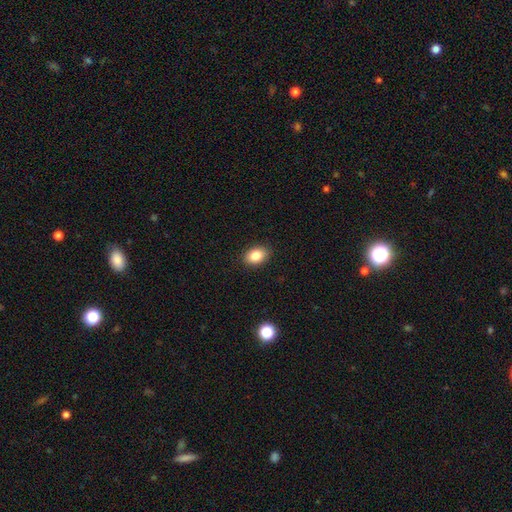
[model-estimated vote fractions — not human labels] This is clearly a smooth galaxy (84%). How rounded: clearly in between (82%). Merging: clearly none (89%).